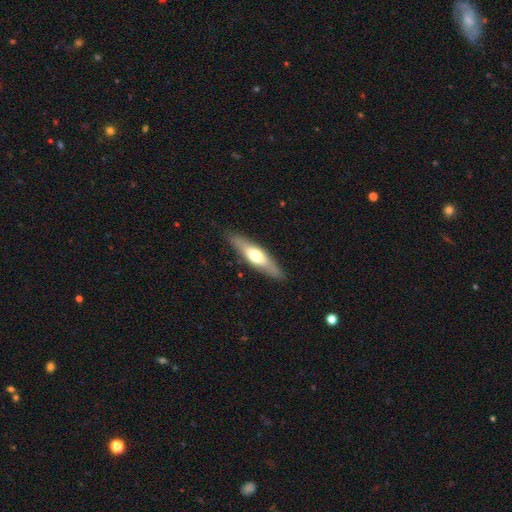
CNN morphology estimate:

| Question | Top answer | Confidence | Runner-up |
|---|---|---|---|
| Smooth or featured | featured or disk | 48% | smooth (46%) |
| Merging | none | 86% | minor disturbance (10%) |